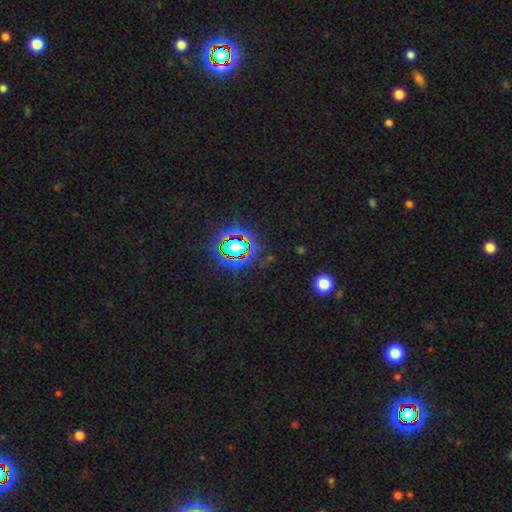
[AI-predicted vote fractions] A star or artifact, not a galaxy (79%).

Vote fractions:
- Smooth or featured? star or artifact: 79% / smooth: 13% / featured or disk: 8%